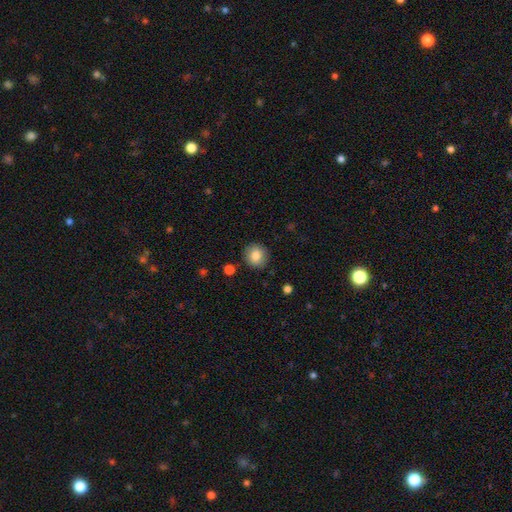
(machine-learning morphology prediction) A smooth galaxy with no disk features (85%) that is round (90%). Merging: none (88%).